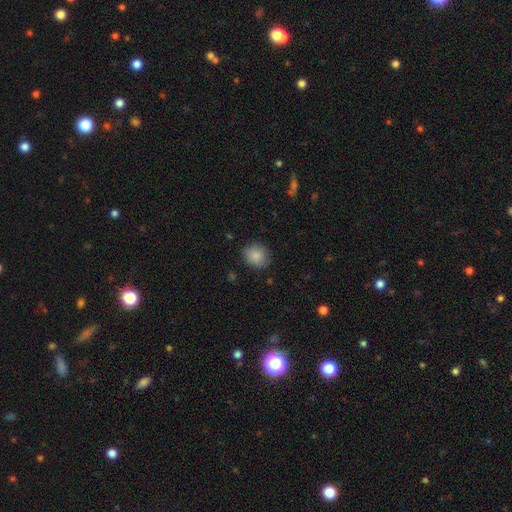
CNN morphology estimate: Smooth or featured?
  - smooth: 87% *
  - star or artifact: 8%
  - featured or disk: 5%
How rounded?
  - round: 70% *
  - in between: 29%
  - cigar-shaped: 1%
Merging?
  - none: 84% *
  - minor disturbance: 12%
  - major disturbance: 3%
  - merger: 1%